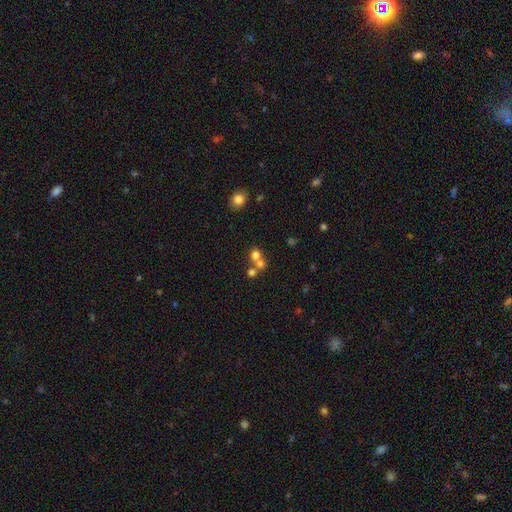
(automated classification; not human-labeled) A smooth galaxy with no disk features (67%) that is round (81%). Merging: merger (50%).